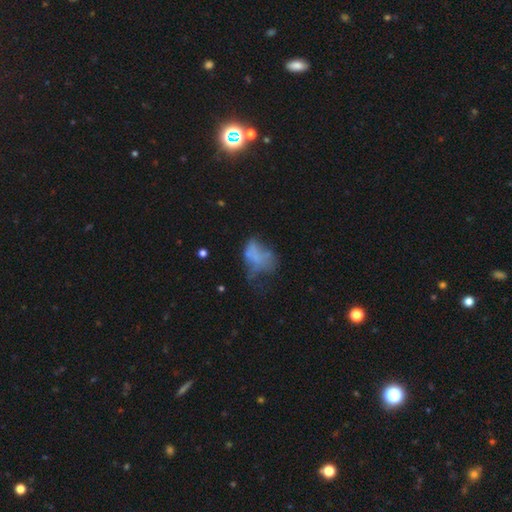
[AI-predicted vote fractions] Morphology: type=smooth (50%); merging=major disturbance (43%).